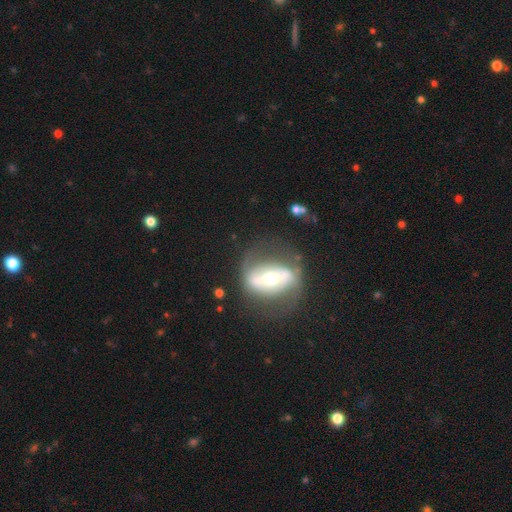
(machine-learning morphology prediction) smooth_or_featured: featured or disk (p=0.74) [alt: smooth p=0.19]
disk_edge_on: no (p=0.89) [alt: yes p=0.11]
bar: strong (p=0.56) [alt: no p=0.22]
has_spiral_arms: yes (p=0.65) [alt: no p=0.35]
bulge_size: moderate (p=0.52) [alt: small p=0.37]
merging: none (p=0.66) [alt: minor disturbance p=0.17]